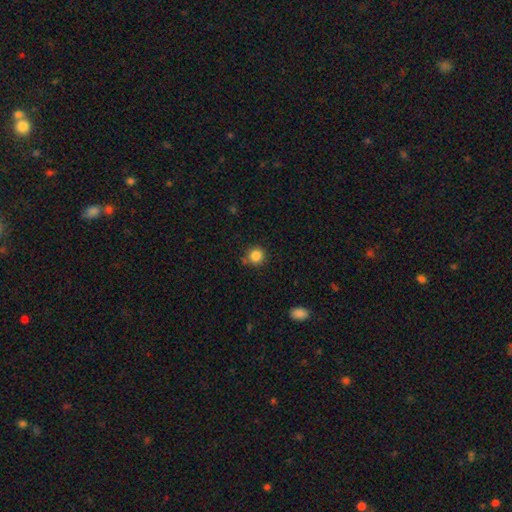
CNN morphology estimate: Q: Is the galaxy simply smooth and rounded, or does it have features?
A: smooth — 85%.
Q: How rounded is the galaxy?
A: round — 92%.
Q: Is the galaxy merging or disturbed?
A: none — 79%.